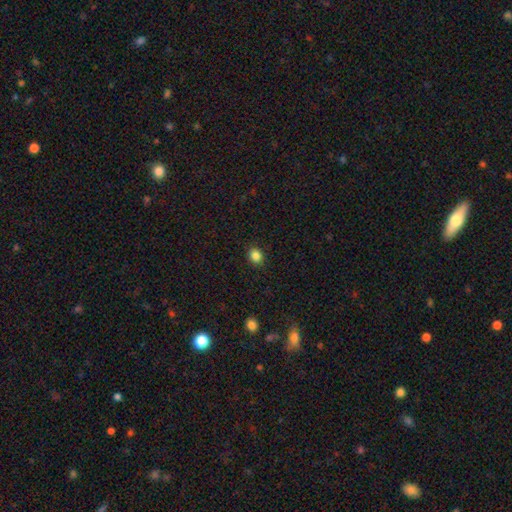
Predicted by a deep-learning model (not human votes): Smooth or featured? Predicted: smooth (p=0.85). How rounded? Predicted: round (p=0.62). Merging? Predicted: none (p=0.90).